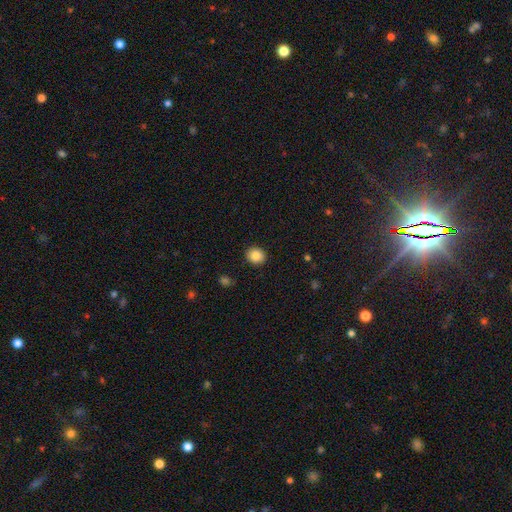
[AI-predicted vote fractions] The model was most divided on "how rounded": round: 71%, in between: 28%, cigar-shaped: 1%. More confident: merging — none (90%); smooth or featured — smooth (86%).